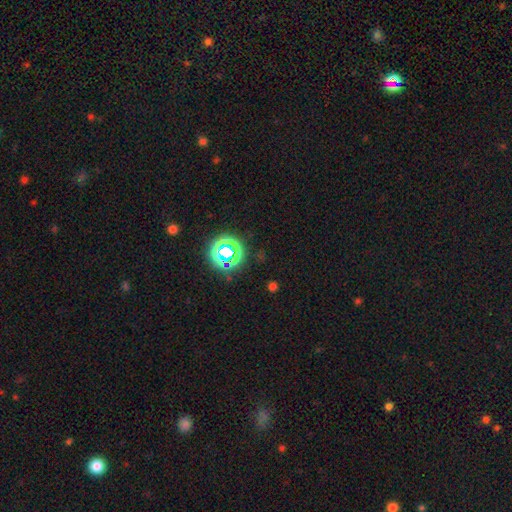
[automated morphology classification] This is likely a star or artifact rather than a galaxy (73%).